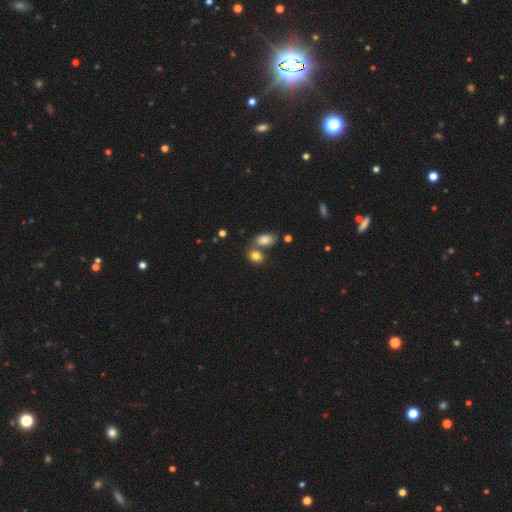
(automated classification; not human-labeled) Q: Smooth or featured?
A: smooth (82%); runner-up: star or artifact (10%)
Q: How rounded?
A: in between (74%); runner-up: round (24%)
Q: Merging?
A: none (48%); runner-up: merger (37%)